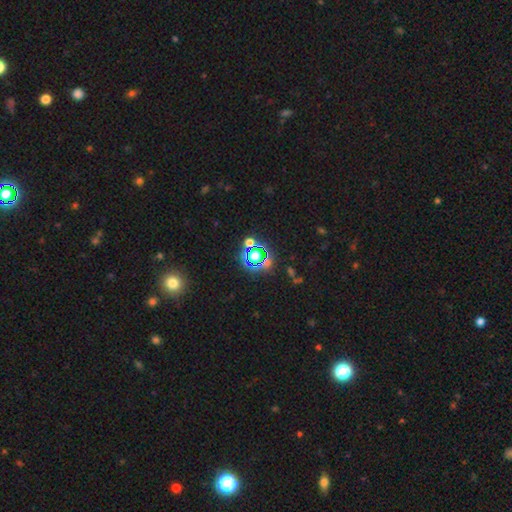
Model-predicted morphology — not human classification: smooth_or_featured: star or artifact (p=0.62) [alt: smooth p=0.29]